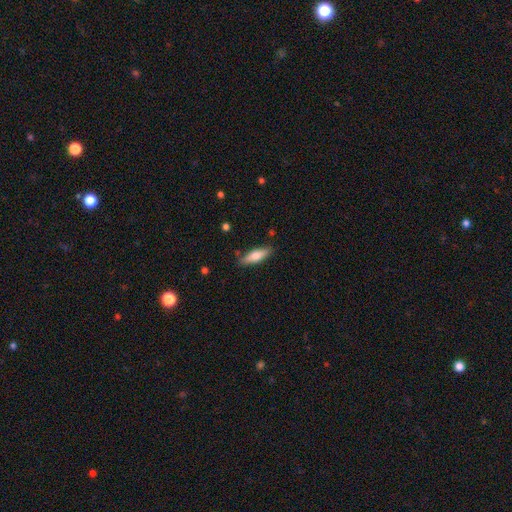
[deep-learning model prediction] This appears to be a smooth galaxy with no disk features (69%) that is cigar-shaped (51%). Merging: none (83%).